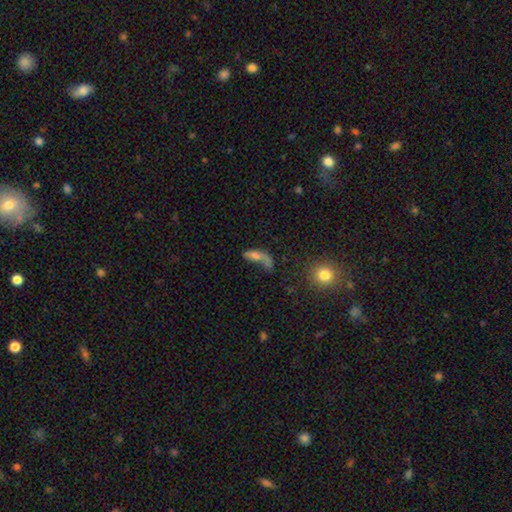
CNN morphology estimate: Smooth or featured? Predicted: smooth (p=0.55). How rounded? Predicted: in between (p=0.59). Merging? Predicted: major disturbance (p=0.30).